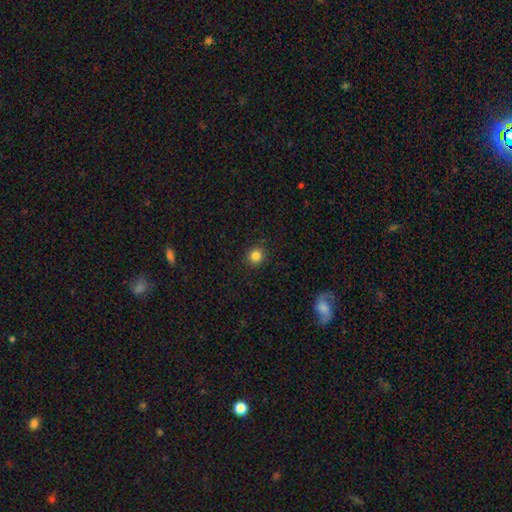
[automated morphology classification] Q: Smooth or featured?
A: smooth (84%); runner-up: star or artifact (12%)
Q: How rounded?
A: round (90%); runner-up: in between (9%)
Q: Merging?
A: none (91%); runner-up: minor disturbance (6%)